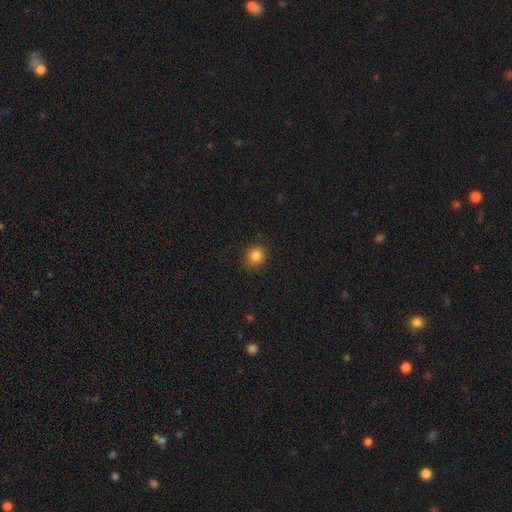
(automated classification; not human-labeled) Overall: smooth (84%). How rounded: round (79%). Merging: none (87%).